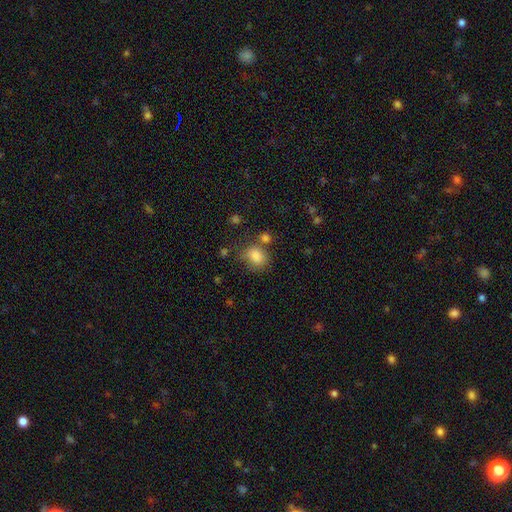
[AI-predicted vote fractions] Overall: smooth (83%). How rounded: in between (50%; round 49%). Merging: none (56%; minor disturbance 21%).